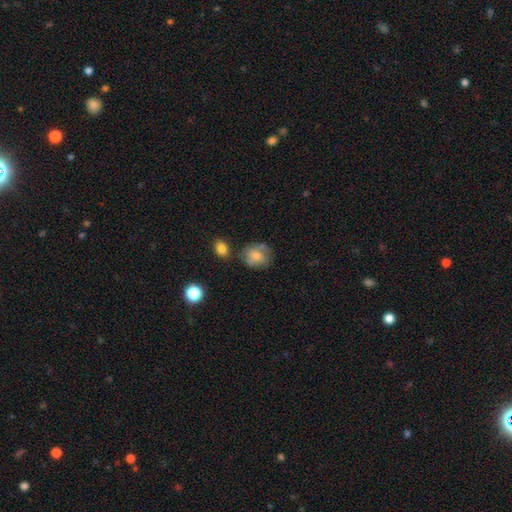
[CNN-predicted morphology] smooth 71%, featured or disk 20%, star or artifact 9%. Down the decision tree: how rounded — round (67%); merging — none (58%).